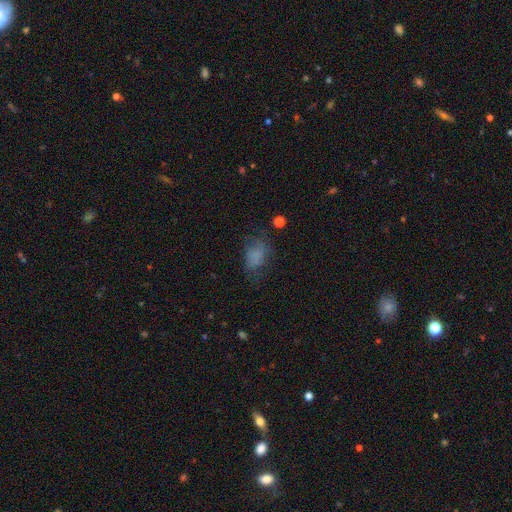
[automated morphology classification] Q: Smooth or featured?
A: smooth (67%); runner-up: featured or disk (19%)
Q: How rounded?
A: in between (82%); runner-up: round (16%)
Q: Merging?
A: none (51%); runner-up: minor disturbance (25%)